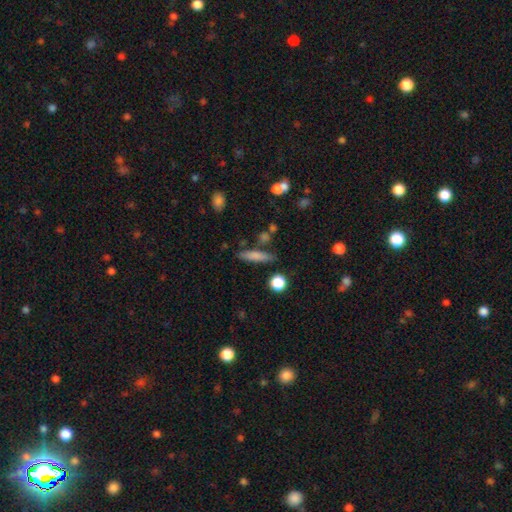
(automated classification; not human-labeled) This appears to be a smooth galaxy with no disk features (75%) that is cigar-shaped (77%). Merging: none (77%).